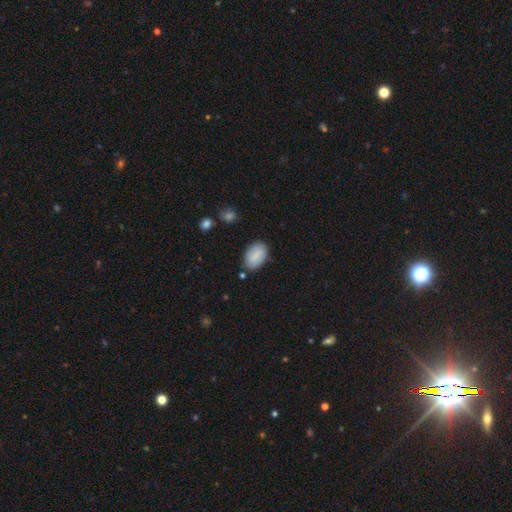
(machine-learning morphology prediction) Smooth or featured?
  - smooth: 84% *
  - featured or disk: 9%
  - star or artifact: 7%
How rounded?
  - in between: 91% *
  - round: 7%
  - cigar-shaped: 1%
Merging?
  - none: 81% *
  - minor disturbance: 14%
  - major disturbance: 3%
  - merger: 3%